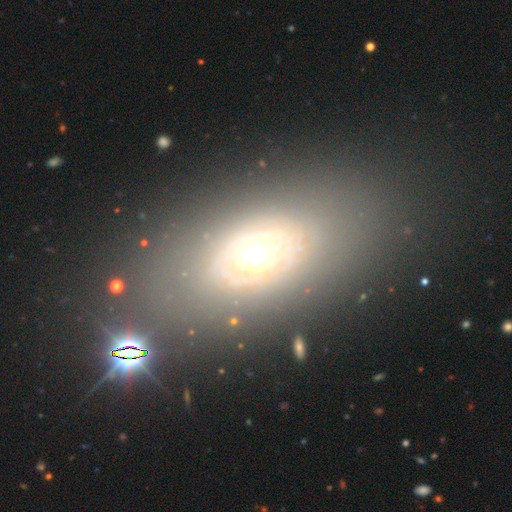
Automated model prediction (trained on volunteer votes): A featured or disk galaxy (49%). Merging: none (80%).